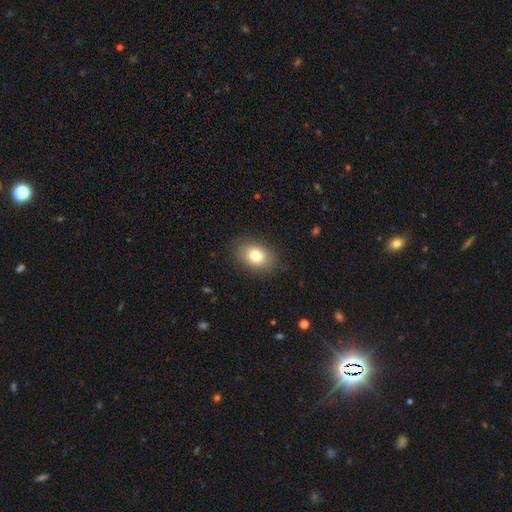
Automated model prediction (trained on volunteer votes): A smooth galaxy with no disk features (79%) that is in between round and cigar-shaped (74%). Merging: none (85%).